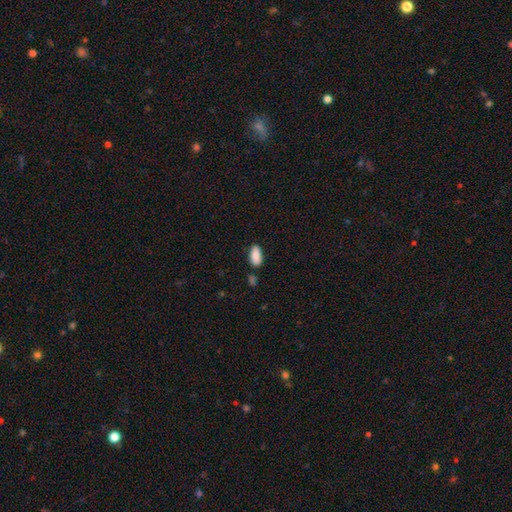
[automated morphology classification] A smooth galaxy with no disk features (87%) that is in between round and cigar-shaped (90%). Merging: none (76%).